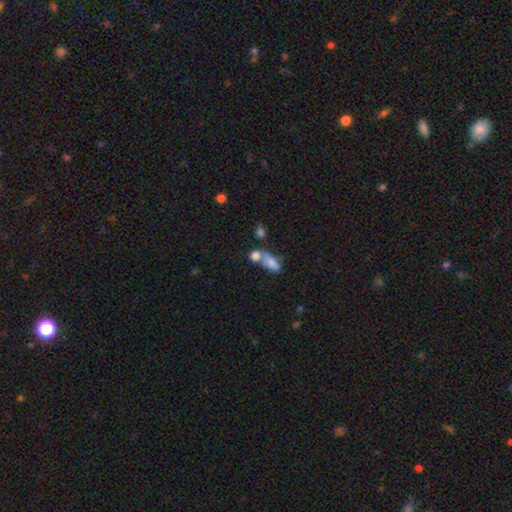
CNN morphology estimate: This appears to be a smooth galaxy with no disk features (79%) that is in between round and cigar-shaped (52%). Merging: merger (49%).